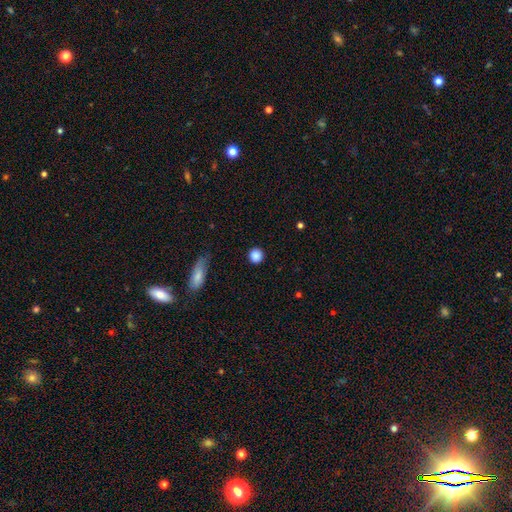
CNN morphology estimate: Smooth or featured? smooth (88%)
How rounded? round (92%)
Merging? none (89%)